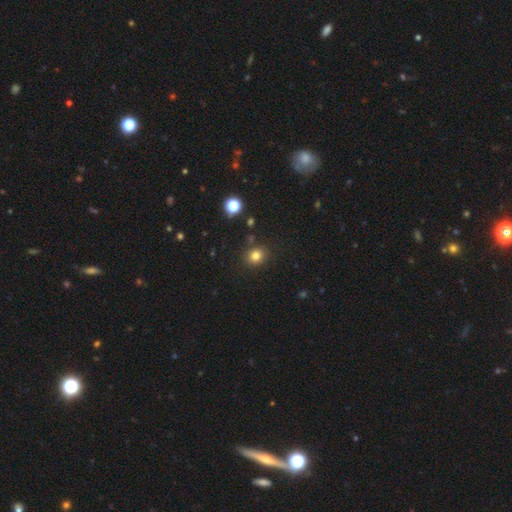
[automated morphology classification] smooth-or-featured: smooth: 80% | star or artifact: 14% | featured or disk: 6%
  how-rounded: round: 79% | in between: 21% | cigar-shaped: 1%
  merging: none: 84% | minor disturbance: 9% | merger: 4% | major disturbance: 3%